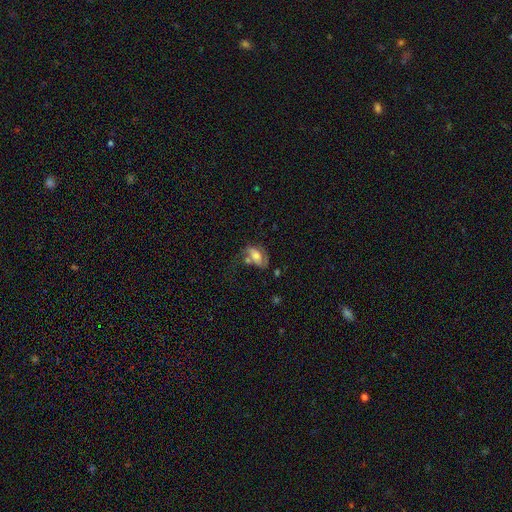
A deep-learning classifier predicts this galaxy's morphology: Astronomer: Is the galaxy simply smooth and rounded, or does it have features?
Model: featured or disk — 47% (runner-up: smooth, 44%).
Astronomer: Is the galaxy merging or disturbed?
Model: none — 29% (runner-up: major disturbance, 28%).